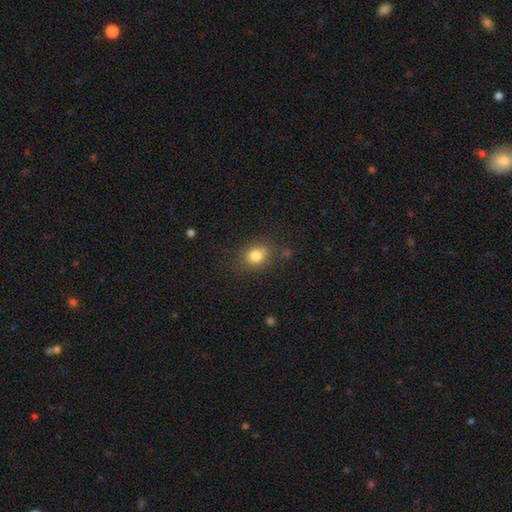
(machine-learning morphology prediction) smooth_or_featured: smooth (p=0.81) [alt: star or artifact p=0.11]
how_rounded: round (p=0.55) [alt: in between p=0.44]
merging: none (p=0.73) [alt: minor disturbance p=0.18]